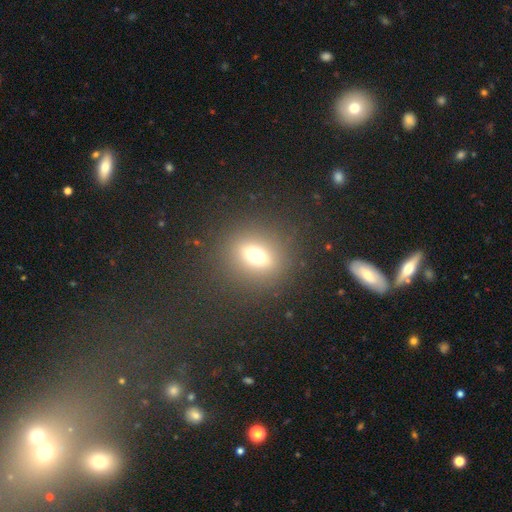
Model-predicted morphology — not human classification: type=smooth (61%); roundness=round (49%); merging=none (85%).